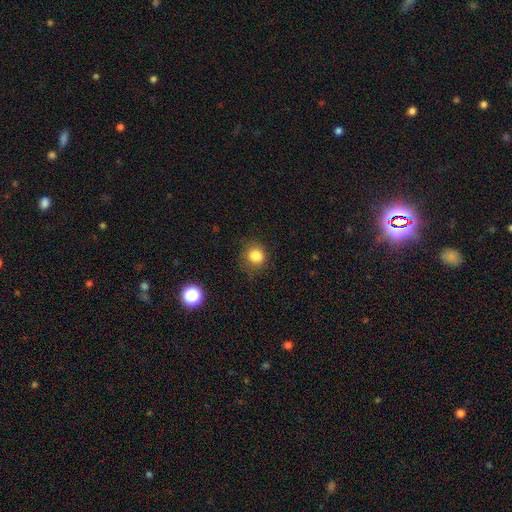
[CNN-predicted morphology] smooth_or_featured: smooth (p=0.83) [alt: star or artifact p=0.12]
how_rounded: round (p=0.77) [alt: in between p=0.22]
merging: none (p=0.77) [alt: minor disturbance p=0.17]